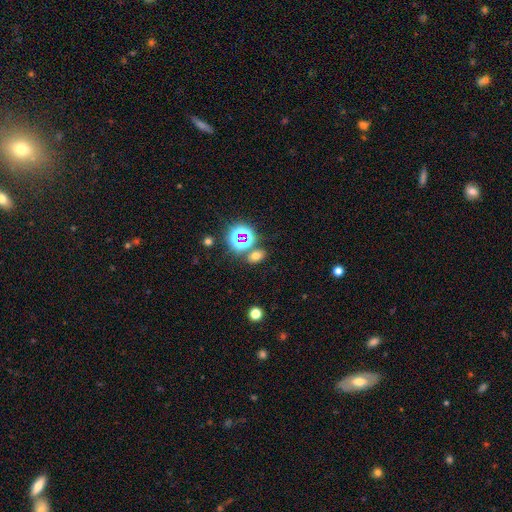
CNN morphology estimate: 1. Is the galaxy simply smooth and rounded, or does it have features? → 60% smooth, 30% star or artifact, 10% featured or disk.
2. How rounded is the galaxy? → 71% in between, 27% round, 2% cigar-shaped.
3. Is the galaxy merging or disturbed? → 76% none, 10% merger, 10% minor disturbance, 4% major disturbance.